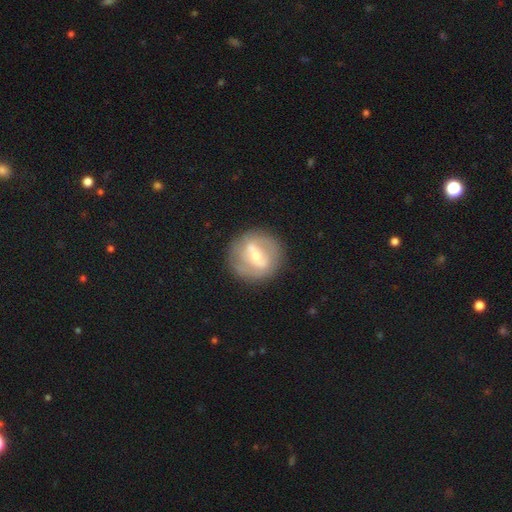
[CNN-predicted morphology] smooth-or-featured: featured or disk: 65% | smooth: 28% | star or artifact: 6%
  disk-edge-on: no: 93% | yes: 7%
    bar: strong: 52% | weak: 34% | no: 14%
    has-spiral-arms: no: 51% | yes: 49%
    bulge-size: moderate: 50% | small: 39% | large: 7% | none: 2% | dominant: 1%
  merging: none: 80% | minor disturbance: 12% | major disturbance: 6% | merger: 2%